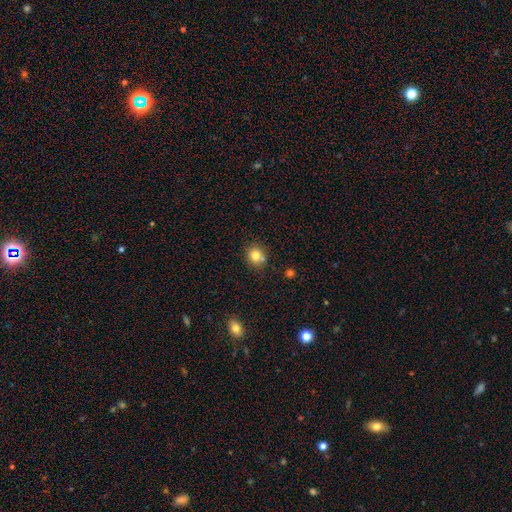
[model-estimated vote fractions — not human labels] Smooth or featured? smooth (80%)
How rounded? round (79%)
Merging? none (74%)